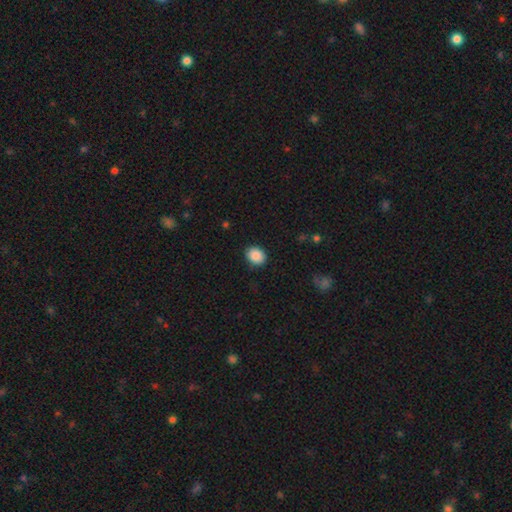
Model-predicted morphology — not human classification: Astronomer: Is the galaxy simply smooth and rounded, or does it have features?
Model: smooth — 88%.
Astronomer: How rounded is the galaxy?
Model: round — 53% (runner-up: in between, 46%).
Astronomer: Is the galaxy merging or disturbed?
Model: none — 86%.